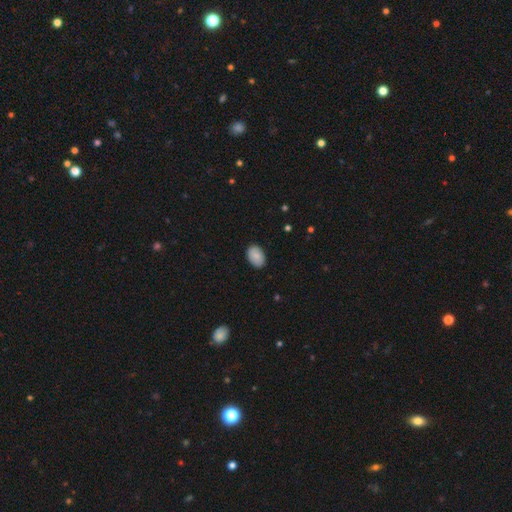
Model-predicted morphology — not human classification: A smooth galaxy with no disk features (87%) that is in between round and cigar-shaped (87%).

Vote fractions:
- Smooth or featured? smooth: 87% / star or artifact: 7% / featured or disk: 6%
- How rounded? in between: 87% / round: 12% / cigar-shaped: 1%
- Merging? none: 87% / minor disturbance: 10% / major disturbance: 2% / merger: 1%